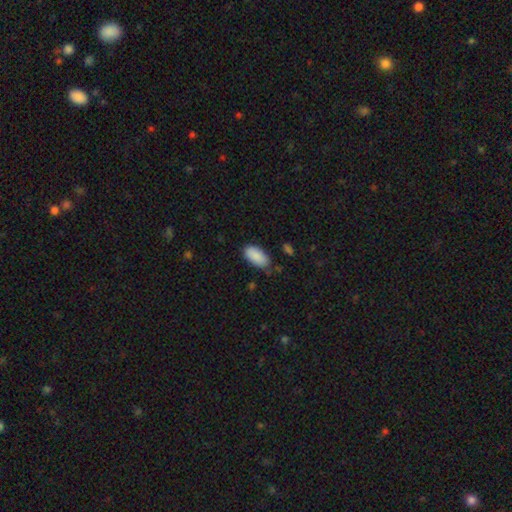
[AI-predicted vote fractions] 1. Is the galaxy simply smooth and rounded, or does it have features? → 90% smooth, 6% star or artifact, 4% featured or disk.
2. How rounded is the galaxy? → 94% in between, 4% cigar-shaped, 2% round.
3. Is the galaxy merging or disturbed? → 79% none, 16% minor disturbance, 3% major disturbance, 2% merger.